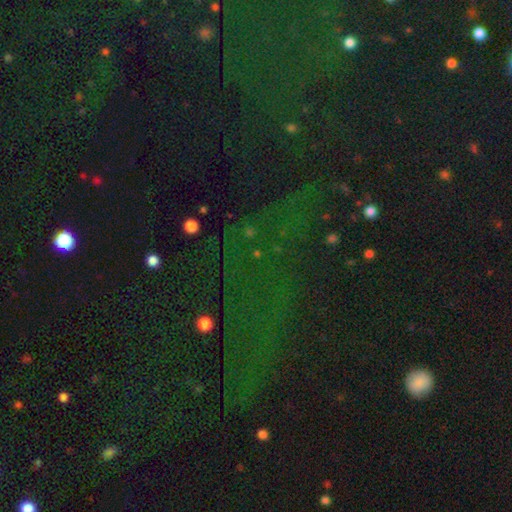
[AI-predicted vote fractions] This is likely a star or artifact rather than a galaxy (72%).